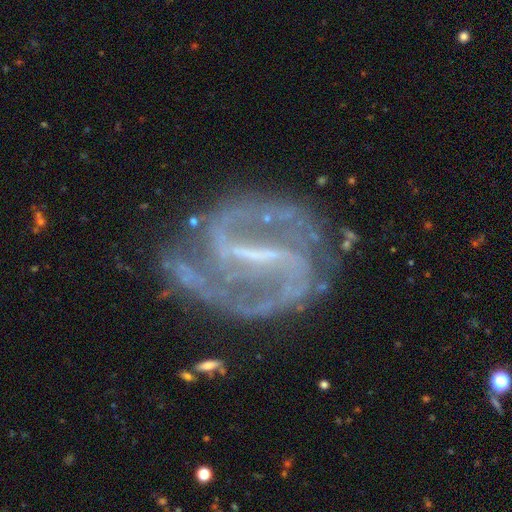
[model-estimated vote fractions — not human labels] featured or disk 91%, star or artifact 6%, smooth 4%. Down the decision tree: edge-on disk — no (97%); bar — strong (70%); spiral arms — yes (96%); spiral arm count — 2 (86%); spiral winding — medium (53%); bulge size — small (53%); merging — none (70%).